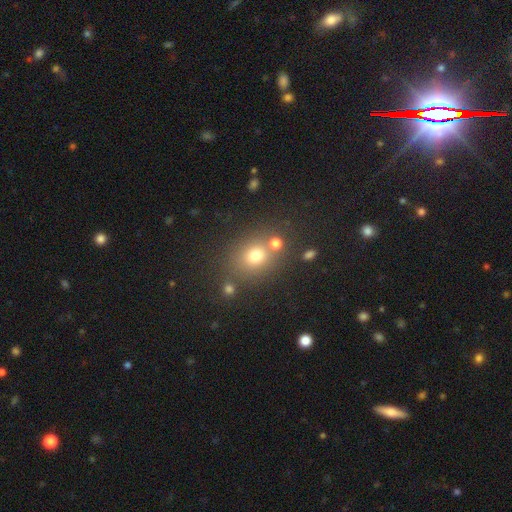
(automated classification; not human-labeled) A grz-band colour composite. It shows a smooth galaxy with no disk features (72%) that is round (67%). Merging: none (67%).